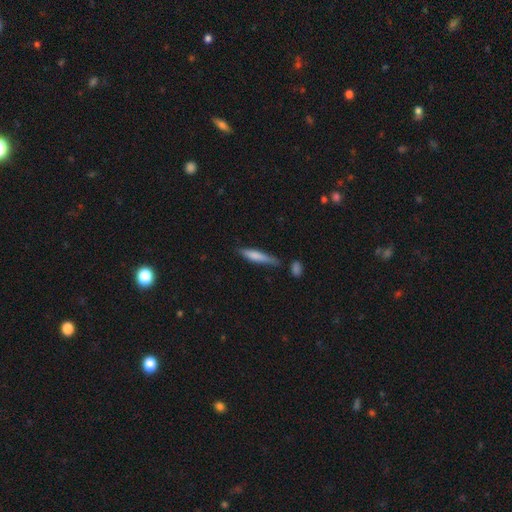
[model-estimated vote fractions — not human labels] Smooth or featured?
  - smooth: 73% *
  - featured or disk: 21%
  - star or artifact: 6%
How rounded?
  - cigar-shaped: 87% *
  - in between: 12%
  - round: 1%
Merging?
  - none: 63% *
  - minor disturbance: 24%
  - merger: 7%
  - major disturbance: 6%